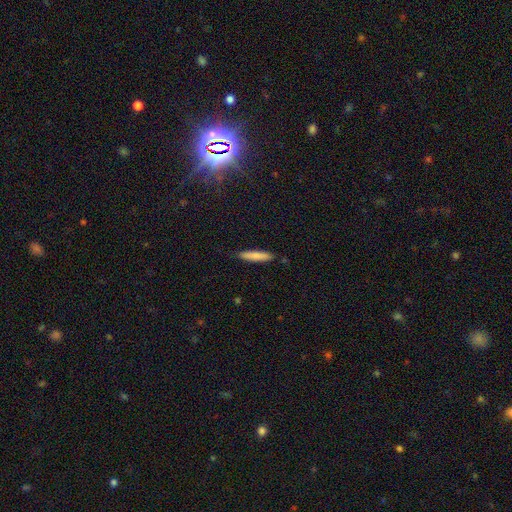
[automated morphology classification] The model was most divided on "smooth or featured": smooth: 81%, featured or disk: 13%, star or artifact: 6%. More confident: how rounded — cigar-shaped (87%); merging — none (87%).